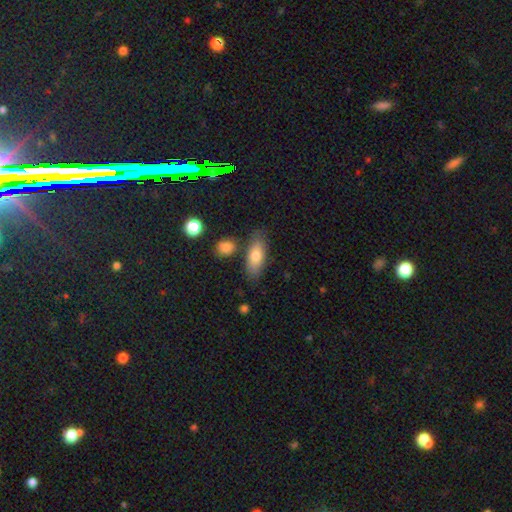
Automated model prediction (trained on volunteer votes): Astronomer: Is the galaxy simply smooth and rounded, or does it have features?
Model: smooth — 75%.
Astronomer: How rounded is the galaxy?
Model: in between — 76%.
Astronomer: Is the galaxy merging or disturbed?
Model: none — 77%.